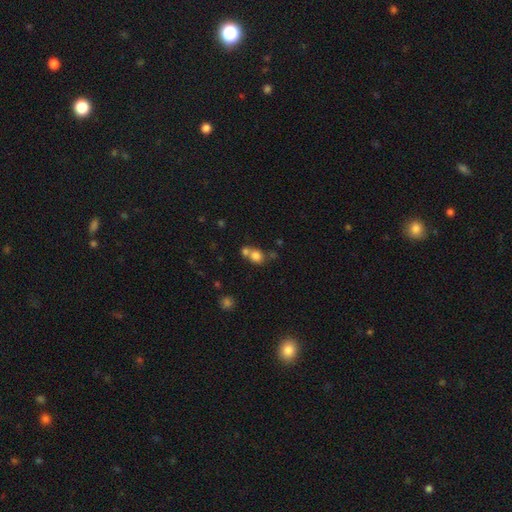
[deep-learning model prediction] Morphology: type=smooth (78%); roundness=round (78%); merging=merger (45%).